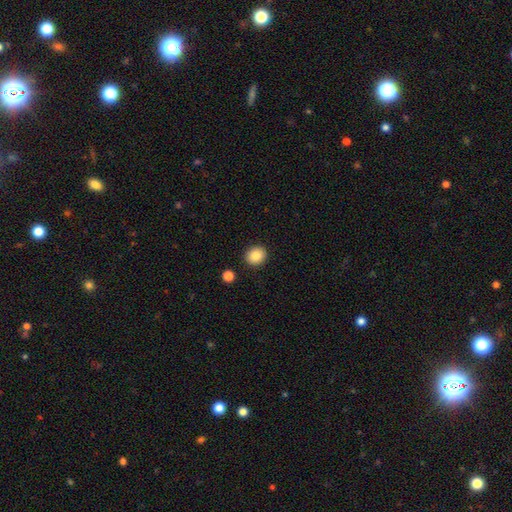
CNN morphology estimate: smooth 87%, star or artifact 9%, featured or disk 5%. Down the decision tree: how rounded — round (79%); merging — none (90%).